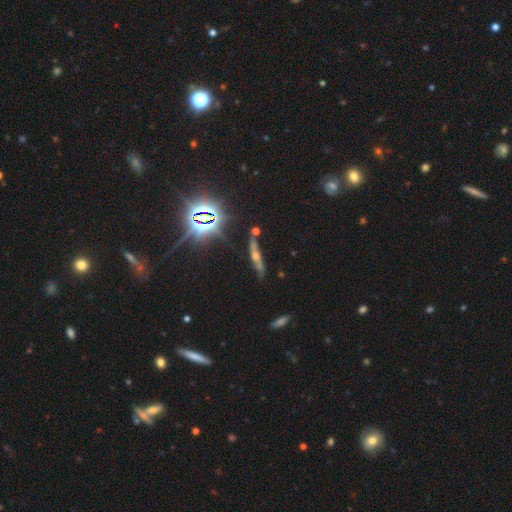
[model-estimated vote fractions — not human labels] Morphology: type=featured or disk (51%); edge-on=yes (78%); merging=none (70%).